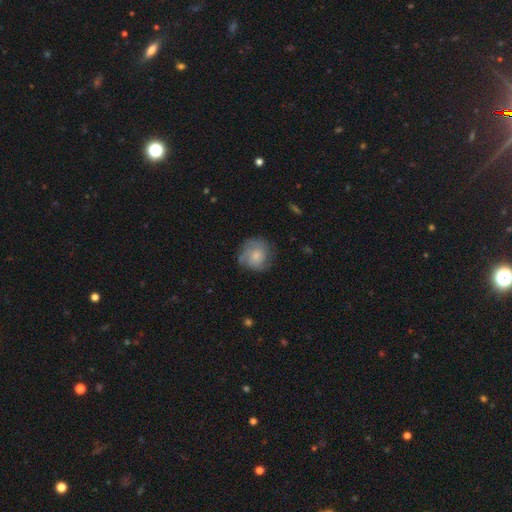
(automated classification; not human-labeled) A featured or disk galaxy (52%) with no bar (77%), spiral arms (85%) and a small central bulge (54%). Merging: none (67%).